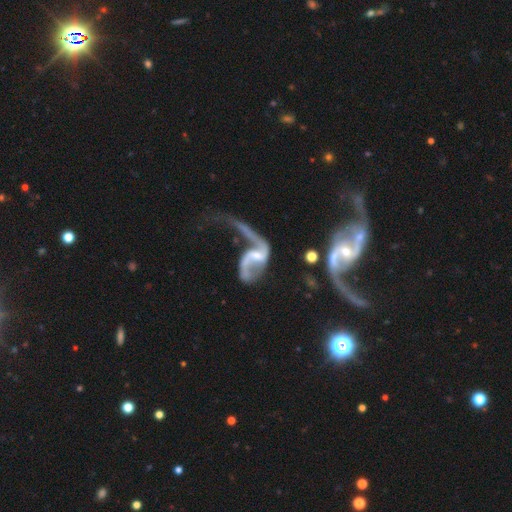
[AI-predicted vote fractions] Overall: featured or disk (86%). Edge-on disk: no (97%). Bar: weak (47%; no 35%). Spiral arms: yes (90%). Spiral arm count: 2 (77%). Spiral winding: loose (80%). Bulge size: small (45%; moderate 28%). Merging: major disturbance (49%; none 20%).